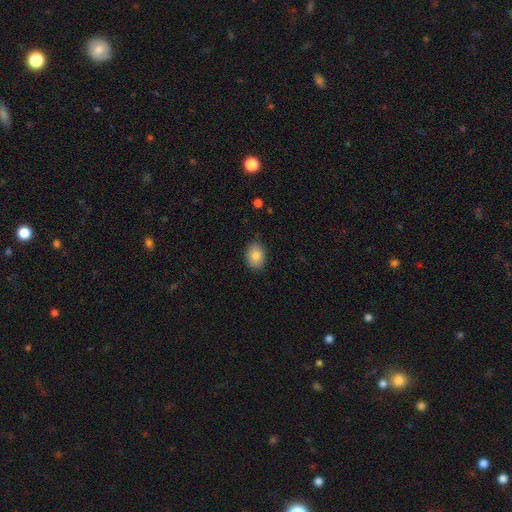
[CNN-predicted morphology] A smooth galaxy with no disk features (84%) that is in between round and cigar-shaped (71%). Merging: none (87%).